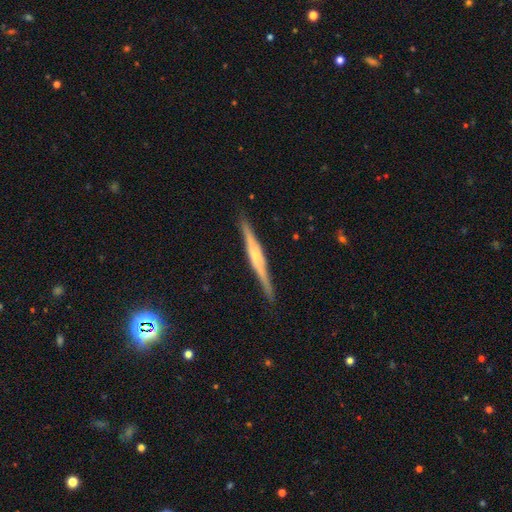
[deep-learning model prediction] smooth_or_featured: featured or disk (p=0.77) [alt: smooth p=0.17]
disk_edge_on: yes (p=0.98) [alt: no p=0.02]
edge_on_bulge: rounded (p=0.59) [alt: boxy p=0.28]
merging: none (p=0.90) [alt: minor disturbance p=0.08]